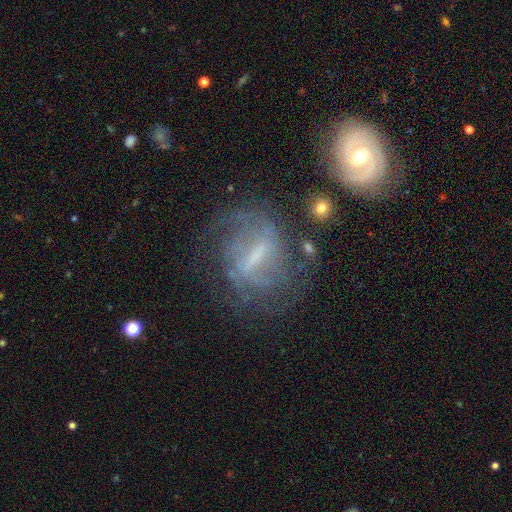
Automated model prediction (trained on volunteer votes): Morphology: type=featured or disk (73%); edge-on=no (92%); bar=strong (49%); spiral arms=yes (72%); bulge=small (40%); merging=none (54%).